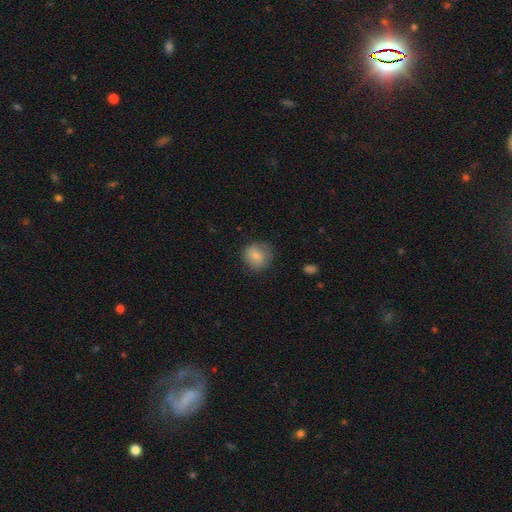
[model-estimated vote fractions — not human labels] Smooth or featured: smooth — 81% (featured or disk — 11%)
How rounded: round — 83% (in between — 16%)
Merging: none — 75% (minor disturbance — 18%)